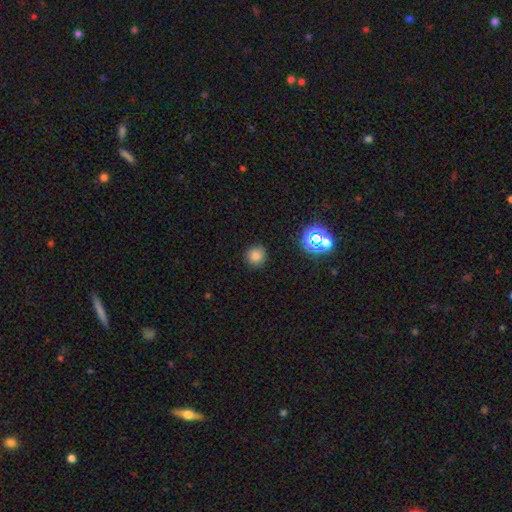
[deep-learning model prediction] A smooth galaxy with no disk features (77%) that is round (93%).

Vote fractions:
- Smooth or featured? smooth: 77% / star or artifact: 18% / featured or disk: 5%
- How rounded? round: 93% / in between: 6% / cigar-shaped: 1%
- Merging? none: 89% / minor disturbance: 8% / major disturbance: 2% / merger: 1%